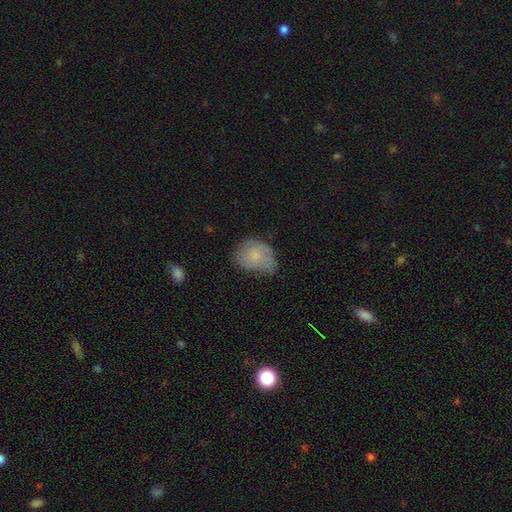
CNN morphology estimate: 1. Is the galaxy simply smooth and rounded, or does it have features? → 72% smooth, 20% featured or disk, 8% star or artifact.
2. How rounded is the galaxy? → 65% in between, 34% round, 1% cigar-shaped.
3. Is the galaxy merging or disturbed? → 41% minor disturbance, 40% none, 15% major disturbance, 3% merger.